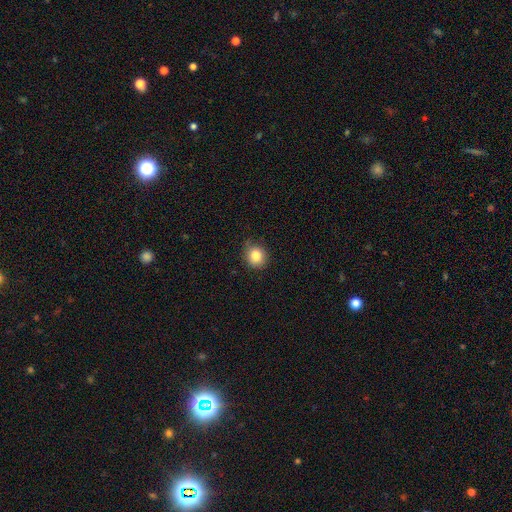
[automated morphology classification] Smooth or featured?
  - smooth: 84% *
  - star or artifact: 10%
  - featured or disk: 5%
How rounded?
  - round: 87% *
  - in between: 13%
  - cigar-shaped: 1%
Merging?
  - none: 79% *
  - minor disturbance: 17%
  - major disturbance: 3%
  - merger: 1%